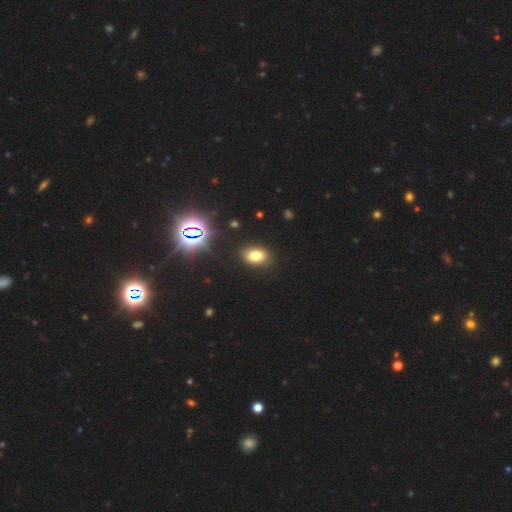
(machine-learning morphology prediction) Smooth or featured?
  - smooth: 72% *
  - star or artifact: 19%
  - featured or disk: 9%
How rounded?
  - in between: 75% *
  - round: 24%
  - cigar-shaped: 1%
Merging?
  - none: 87% *
  - minor disturbance: 8%
  - major disturbance: 3%
  - merger: 2%